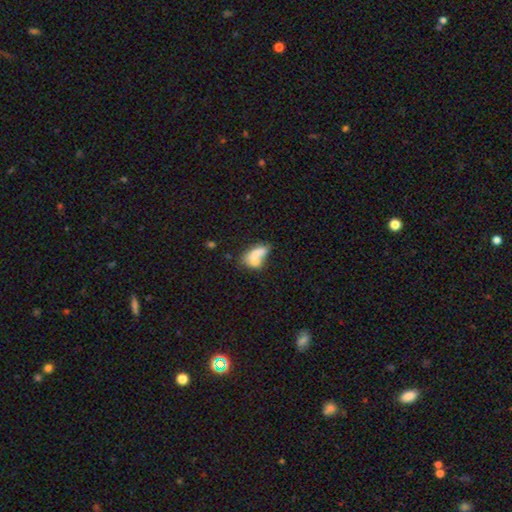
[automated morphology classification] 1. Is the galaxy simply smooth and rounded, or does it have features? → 69% smooth, 22% featured or disk, 9% star or artifact.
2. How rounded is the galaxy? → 83% in between, 10% round, 8% cigar-shaped.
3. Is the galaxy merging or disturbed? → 56% merger, 21% none, 12% minor disturbance, 10% major disturbance.